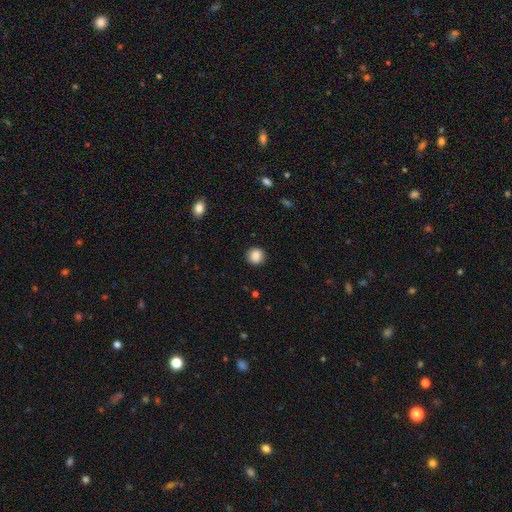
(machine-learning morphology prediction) smooth_or_featured: smooth (p=0.88) [alt: star or artifact p=0.09]
how_rounded: round (p=0.92) [alt: in between p=0.07]
merging: none (p=0.91) [alt: minor disturbance p=0.06]